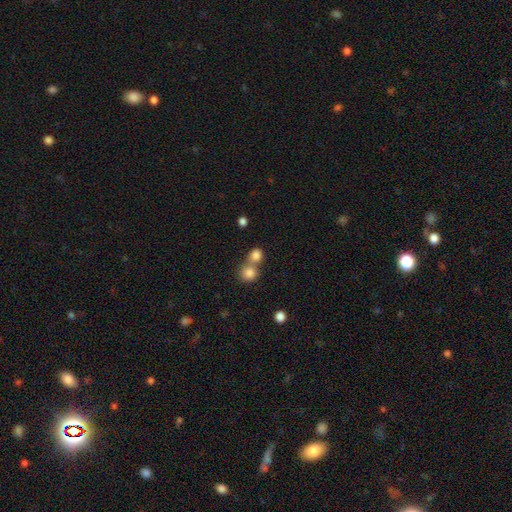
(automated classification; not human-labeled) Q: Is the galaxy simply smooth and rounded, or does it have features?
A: smooth — 82%.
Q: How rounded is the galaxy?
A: round — 80%.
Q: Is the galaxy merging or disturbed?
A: merger — 52%.